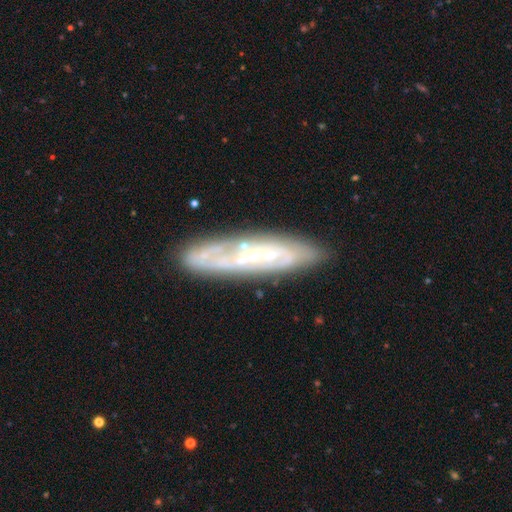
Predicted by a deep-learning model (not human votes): Smooth or featured: featured or disk — 69% (smooth — 23%)
Edge-on disk: no — 66% (yes — 34%)
Merging: none — 73% (minor disturbance — 17%)